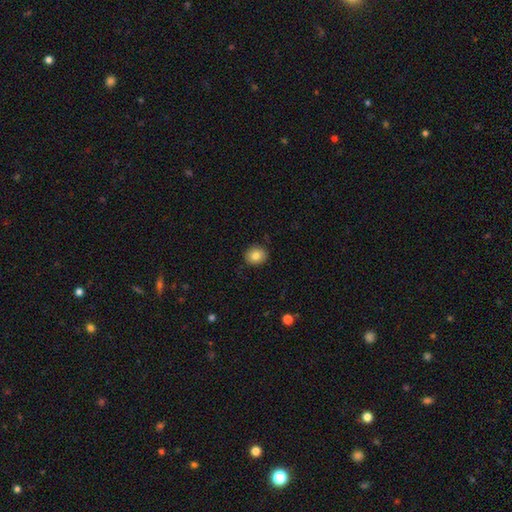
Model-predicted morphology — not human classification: Overall: smooth (82%). How rounded: round (76%). Merging: none (89%).